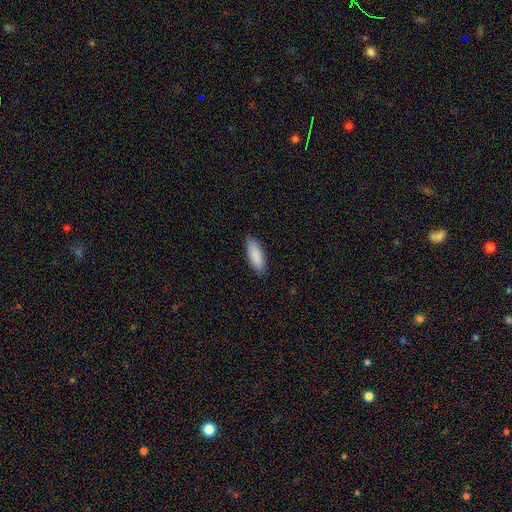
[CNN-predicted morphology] This is clearly a smooth galaxy (90%). How rounded: likely in between (69%). Merging: clearly none (88%).